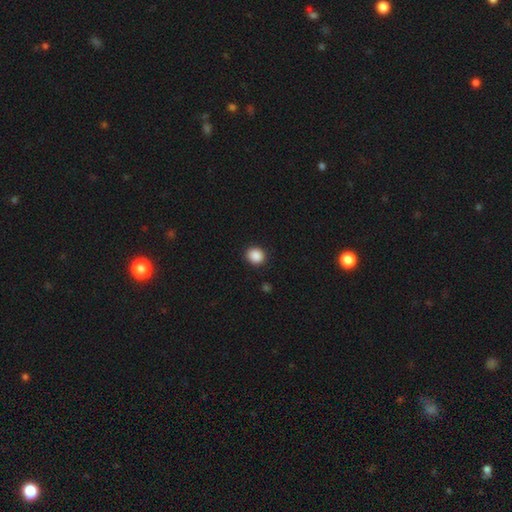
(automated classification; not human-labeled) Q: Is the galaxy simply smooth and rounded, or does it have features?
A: smooth — 88%.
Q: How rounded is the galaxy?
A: round — 79%.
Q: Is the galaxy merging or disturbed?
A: none — 90%.